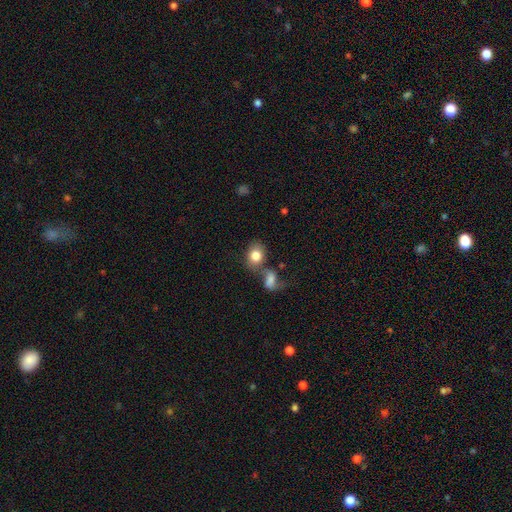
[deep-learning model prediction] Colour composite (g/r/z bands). It shows a smooth galaxy with no disk features (82%) that is in between round and cigar-shaped (58%). Merging: none (50%).